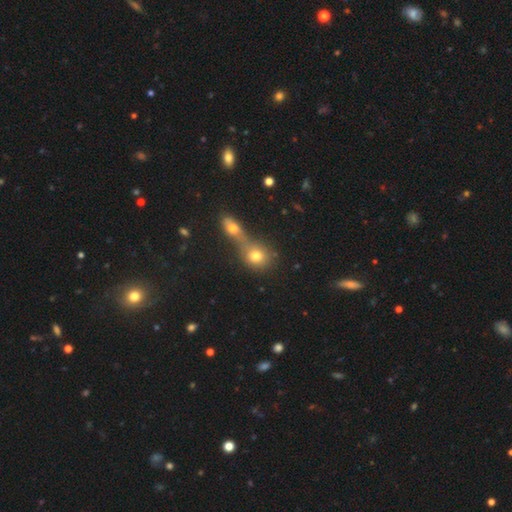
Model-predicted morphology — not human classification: Smooth or featured: smooth — 74% (star or artifact — 14%)
How rounded: round — 73% (in between — 25%)
Merging: merger — 63% (none — 27%)